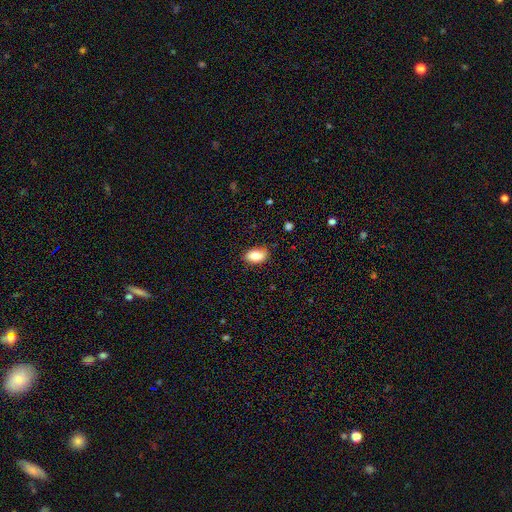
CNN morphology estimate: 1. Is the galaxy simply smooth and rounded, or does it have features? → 84% smooth, 9% featured or disk, 8% star or artifact.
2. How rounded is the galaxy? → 90% in between, 8% round, 2% cigar-shaped.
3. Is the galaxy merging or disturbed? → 82% none, 14% minor disturbance, 3% major disturbance, 1% merger.